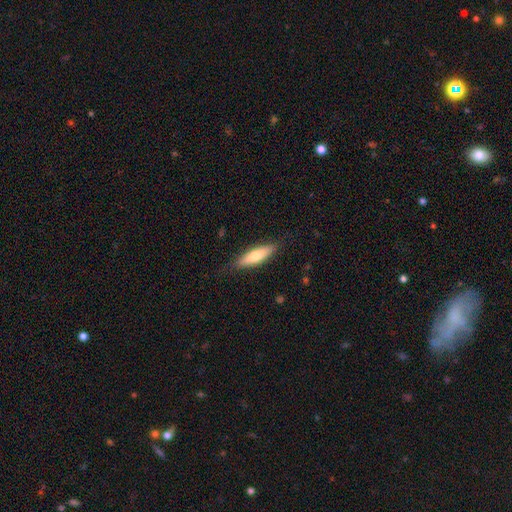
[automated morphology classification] smooth_or_featured: smooth (p=0.69) [alt: featured or disk p=0.26]
how_rounded: cigar-shaped (p=0.64) [alt: in between p=0.35]
merging: none (p=0.83) [alt: minor disturbance p=0.13]